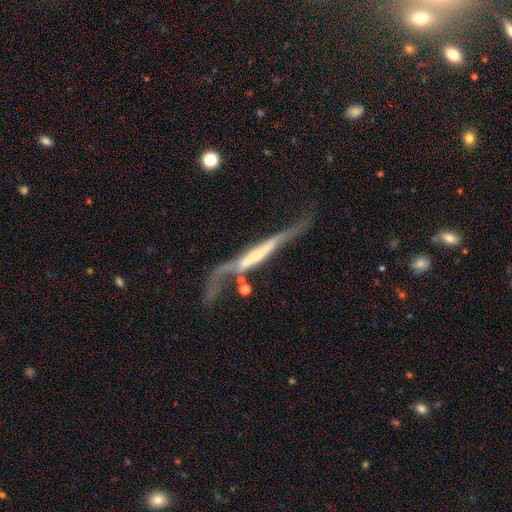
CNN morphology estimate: Smooth or featured?
  - featured or disk: 75% *
  - smooth: 19%
  - star or artifact: 6%
Edge-on disk?
  - yes: 69% *
  - no: 31%
Edge-on bulge?
  - rounded: 43% *
  - none: 35%
  - boxy: 22%
Merging?
  - none: 33% *
  - major disturbance: 32%
  - minor disturbance: 20%
  - merger: 15%